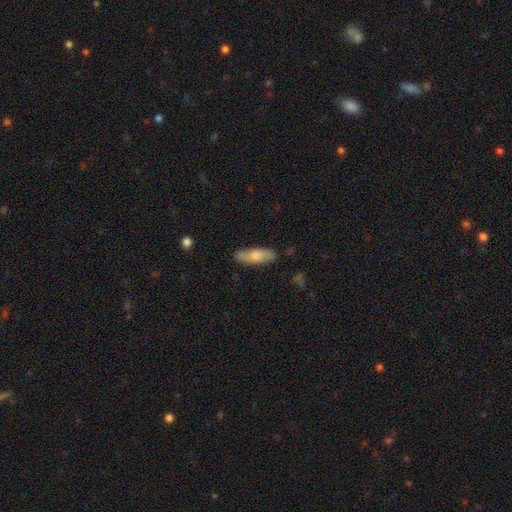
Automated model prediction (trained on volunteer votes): The model was most divided on "how rounded": in between: 55%, cigar-shaped: 43%, round: 2%. More confident: merging — none (82%); smooth or featured — smooth (74%).